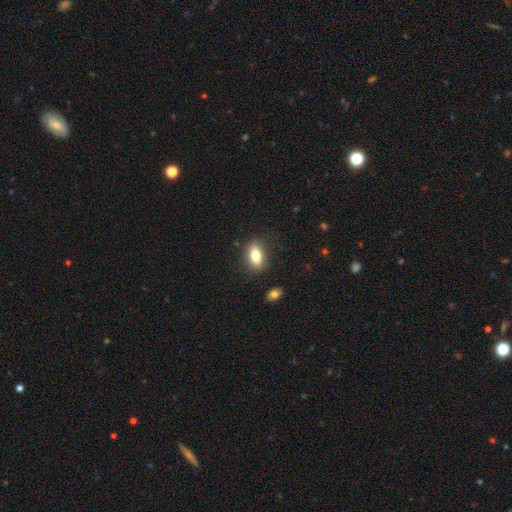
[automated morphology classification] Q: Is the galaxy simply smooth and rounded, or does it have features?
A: smooth — 78%.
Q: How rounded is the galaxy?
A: in between — 83%.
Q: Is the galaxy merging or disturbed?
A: none — 85%.